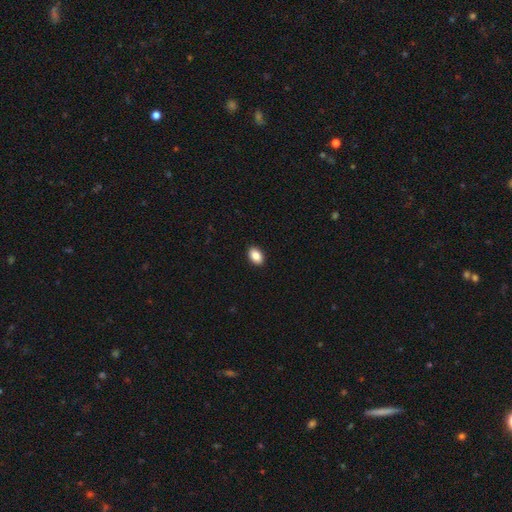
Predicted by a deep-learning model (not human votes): Smooth or featured?
  - smooth: 88% *
  - star or artifact: 8%
  - featured or disk: 4%
How rounded?
  - in between: 88% *
  - round: 10%
  - cigar-shaped: 1%
Merging?
  - none: 91% *
  - minor disturbance: 6%
  - major disturbance: 2%
  - merger: 1%